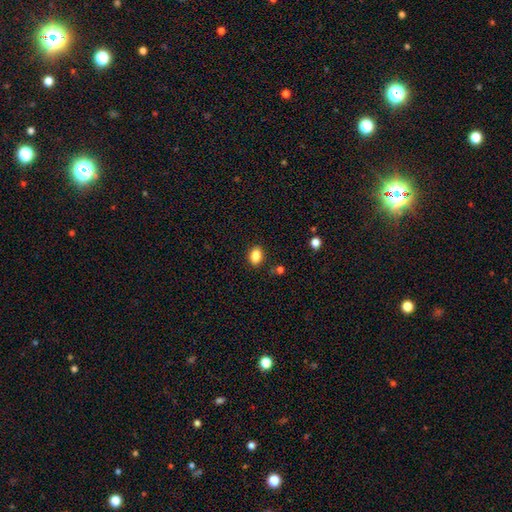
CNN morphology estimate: A smooth galaxy with no disk features (86%) that is in between round and cigar-shaped (75%).

Vote fractions:
- Smooth or featured? smooth: 86% / star or artifact: 9% / featured or disk: 5%
- How rounded? in between: 75% / round: 24% / cigar-shaped: 1%
- Merging? none: 87% / minor disturbance: 9% / major disturbance: 2% / merger: 2%